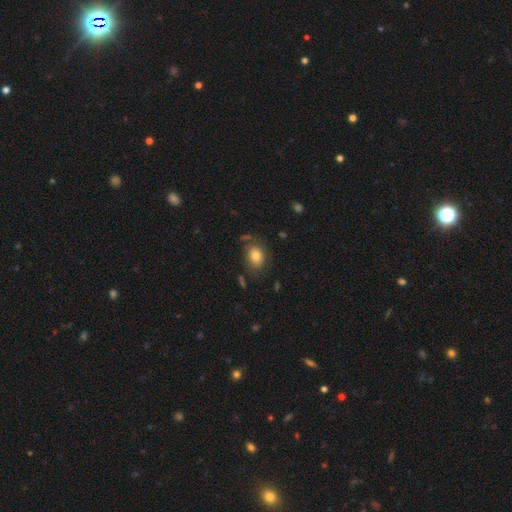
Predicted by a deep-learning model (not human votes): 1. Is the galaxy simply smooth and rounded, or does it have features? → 79% smooth, 12% featured or disk, 9% star or artifact.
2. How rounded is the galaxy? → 67% in between, 32% round, 1% cigar-shaped.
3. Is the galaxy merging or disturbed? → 72% none, 17% minor disturbance, 7% major disturbance, 4% merger.